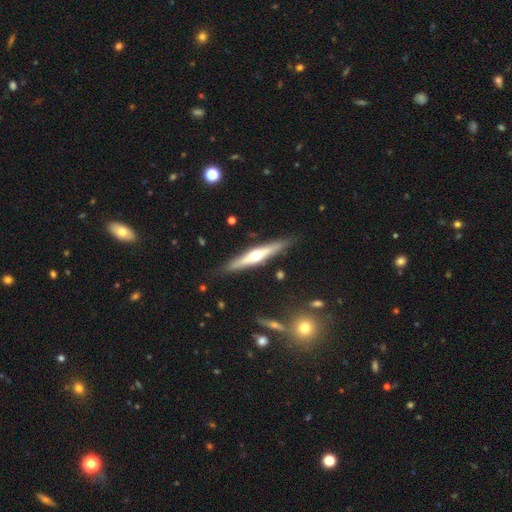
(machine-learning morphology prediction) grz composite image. It shows a featured or disk galaxy (66%) viewed edge-on (95%) with a rounded central bulge (91%). Merging: none (88%).